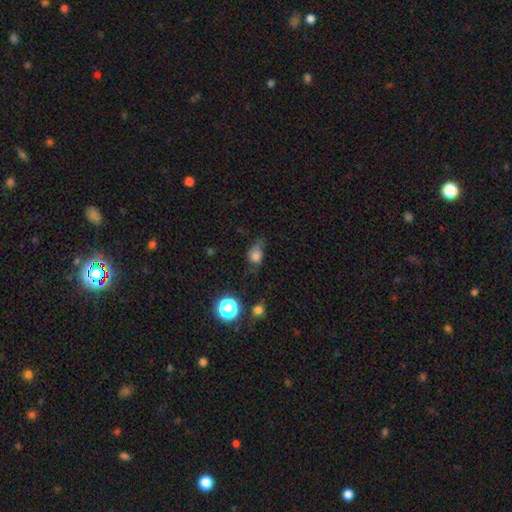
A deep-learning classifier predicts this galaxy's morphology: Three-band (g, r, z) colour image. It shows a smooth galaxy with no disk features (72%) that is round (52%). Merging: none (39%).